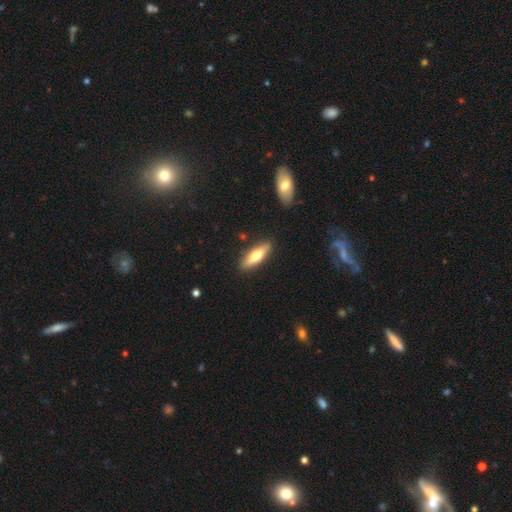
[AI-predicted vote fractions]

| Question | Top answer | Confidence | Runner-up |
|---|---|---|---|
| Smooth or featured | smooth | 58% | featured or disk (37%) |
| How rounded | cigar-shaped | 60% | in between (38%) |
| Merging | none | 88% | minor disturbance (8%) |